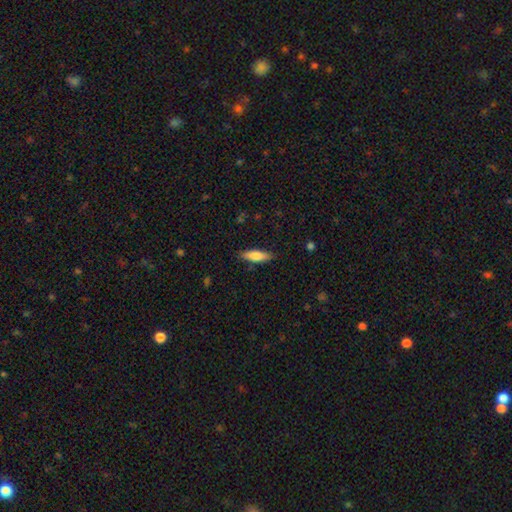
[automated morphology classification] This appears to be a smooth galaxy with no disk features (77%) that is cigar-shaped (51%). Merging: none (85%).